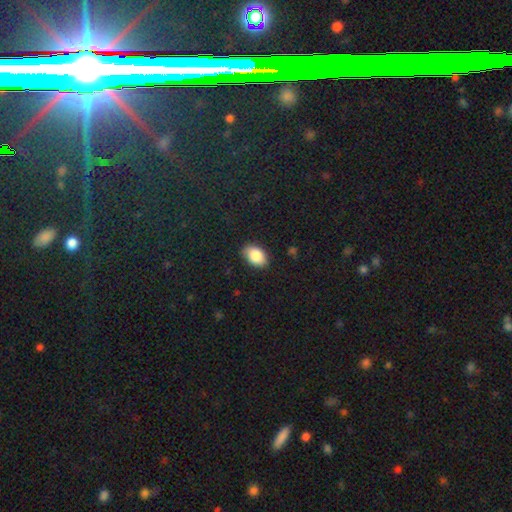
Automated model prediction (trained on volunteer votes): Morphology: type=smooth (86%); roundness=in between (88%); merging=none (84%).